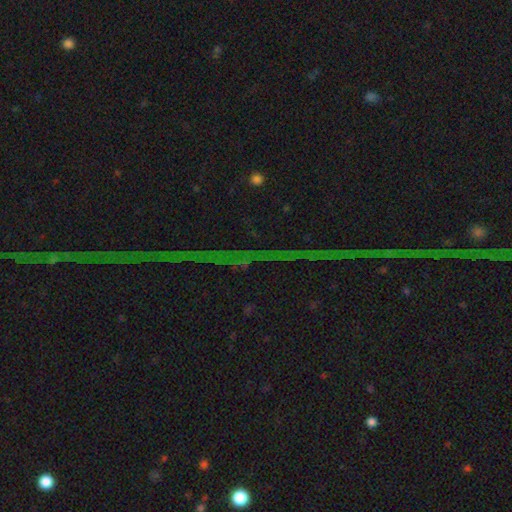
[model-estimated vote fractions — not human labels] Smooth or featured? Predicted: star or artifact (p=0.83).